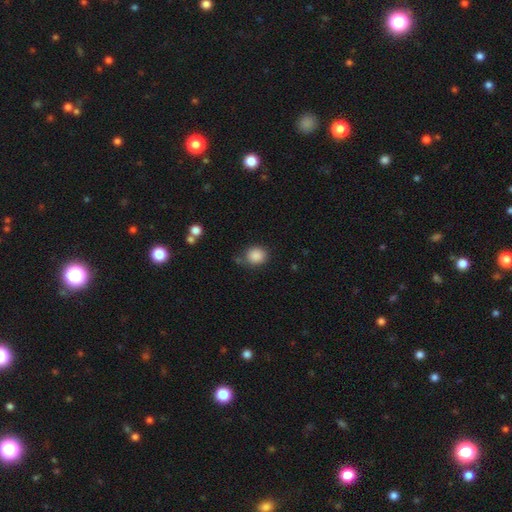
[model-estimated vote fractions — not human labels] Smooth or featured: smooth — 88% (star or artifact — 9%)
How rounded: round — 72% (in between — 27%)
Merging: none — 73% (minor disturbance — 17%)